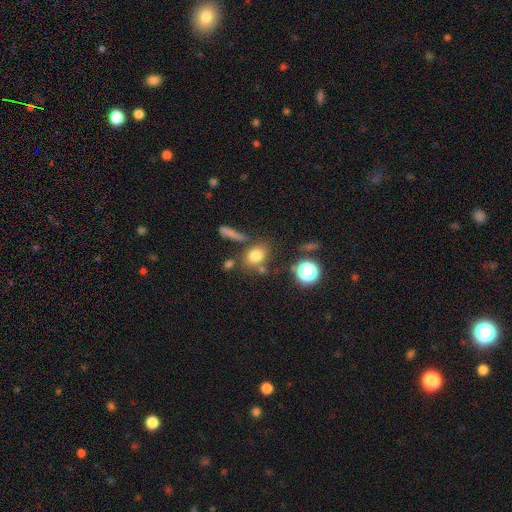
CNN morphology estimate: Smooth or featured: smooth — 76% (star or artifact — 14%)
How rounded: in between — 51% (round — 47%)
Merging: none — 68% (minor disturbance — 14%)